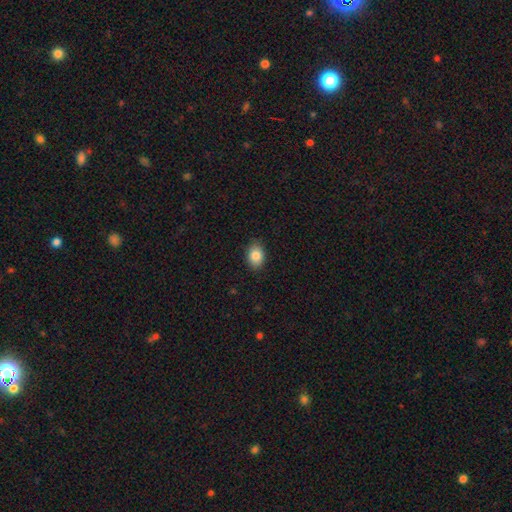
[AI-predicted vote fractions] smooth-or-featured: smooth: 86% | star or artifact: 8% | featured or disk: 6%
  how-rounded: in between: 76% | round: 23% | cigar-shaped: 1%
  merging: none: 88% | minor disturbance: 9% | major disturbance: 2% | merger: 1%